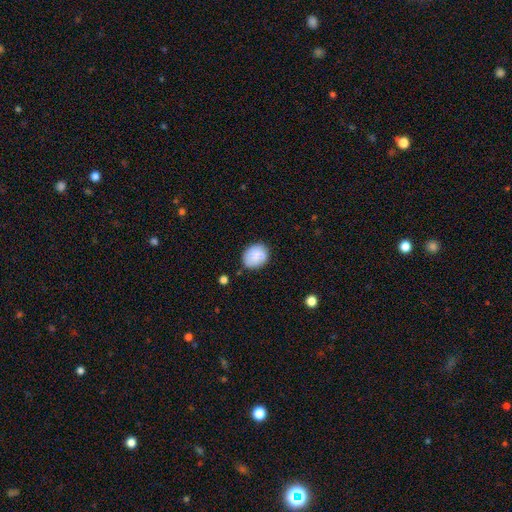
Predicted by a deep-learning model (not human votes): Morphology: type=smooth (85%); roundness=round (59%); merging=none (81%).